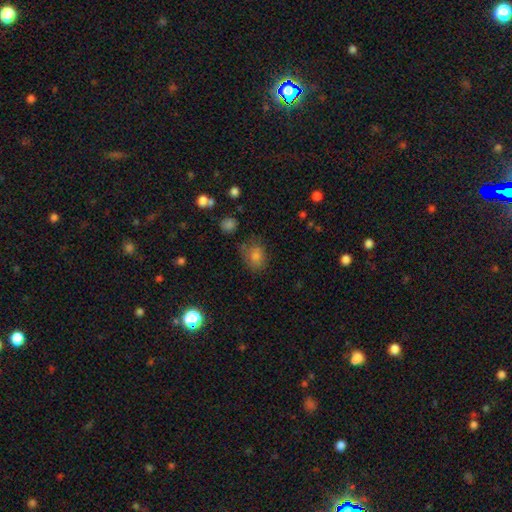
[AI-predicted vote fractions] smooth-or-featured: smooth: 70% | star or artifact: 19% | featured or disk: 11%
  how-rounded: in between: 51% | round: 48% | cigar-shaped: 1%
  merging: none: 70% | minor disturbance: 20% | major disturbance: 7% | merger: 3%